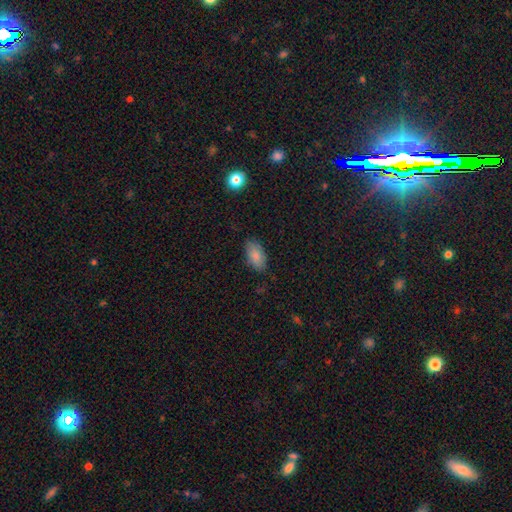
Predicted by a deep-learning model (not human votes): Smooth or featured? Predicted: smooth (p=0.85). How rounded? Predicted: in between (p=0.93). Merging? Predicted: none (p=0.80).